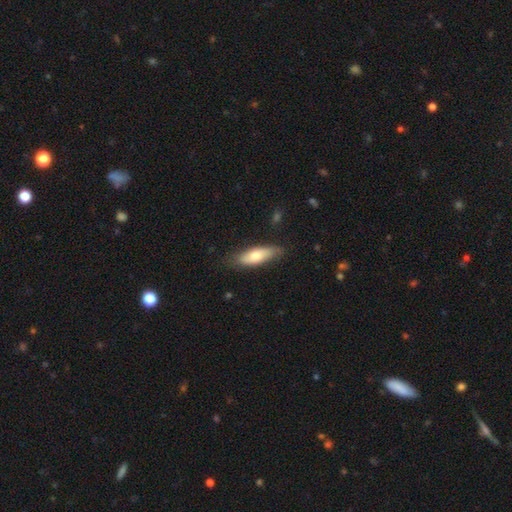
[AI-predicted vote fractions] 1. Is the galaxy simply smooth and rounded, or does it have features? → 69% smooth, 25% featured or disk, 6% star or artifact.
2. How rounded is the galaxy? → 59% in between, 39% cigar-shaped, 2% round.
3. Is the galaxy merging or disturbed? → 77% none, 18% minor disturbance, 3% major disturbance, 1% merger.